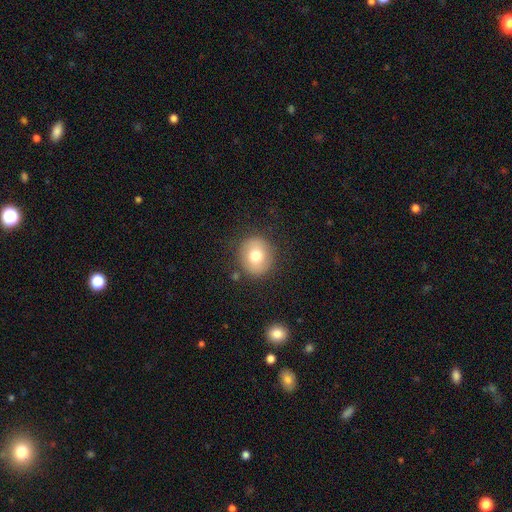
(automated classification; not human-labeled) smooth 73%, featured or disk 18%, star or artifact 9%. Down the decision tree: how rounded — round (84%); merging — none (86%).